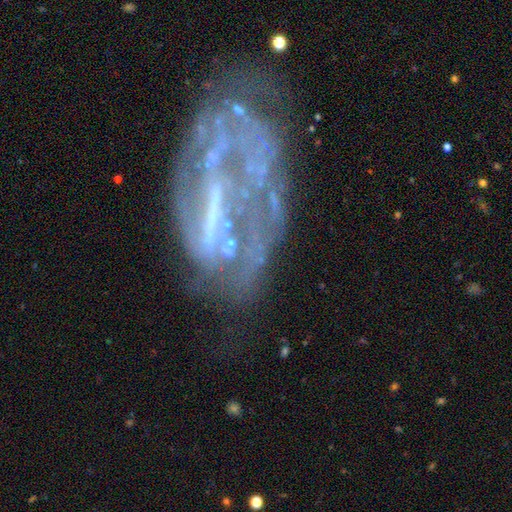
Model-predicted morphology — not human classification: The model was most divided on "merging": none: 39%, major disturbance: 34%, minor disturbance: 20%, merger: 7%. More confident: edge-on disk — no (92%); smooth or featured — featured or disk (74%); bulge size — none (55%); spiral arms — no (55%); bar — strong (51%).